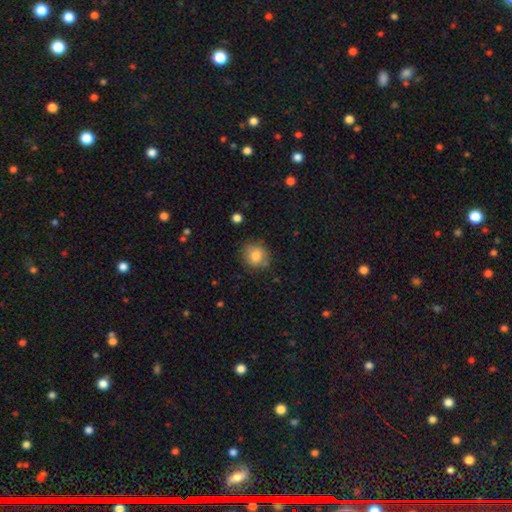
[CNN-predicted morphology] Smooth or featured? smooth (82%)
How rounded? round (82%)
Merging? none (79%)